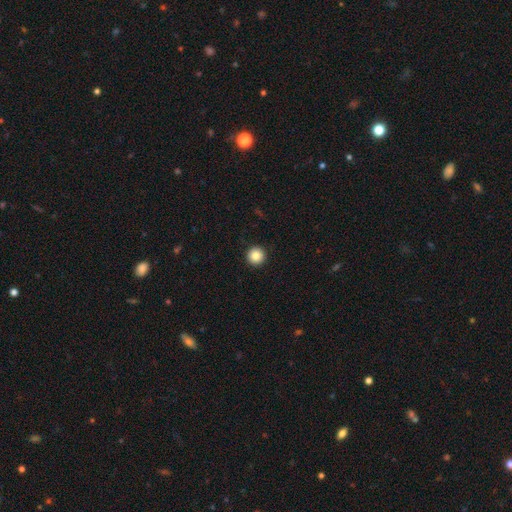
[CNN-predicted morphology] A smooth galaxy with no disk features (86%) that is round (97%).

Vote fractions:
- Smooth or featured? smooth: 86% / star or artifact: 10% / featured or disk: 5%
- How rounded? round: 97% / in between: 2% / cigar-shaped: 1%
- Merging? none: 94% / minor disturbance: 4% / major disturbance: 1% / merger: 1%